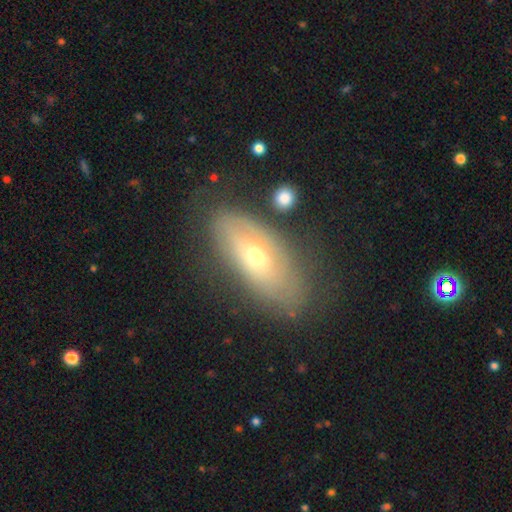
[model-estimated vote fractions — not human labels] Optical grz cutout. It shows a featured or disk galaxy (58%). Merging: none (73%).